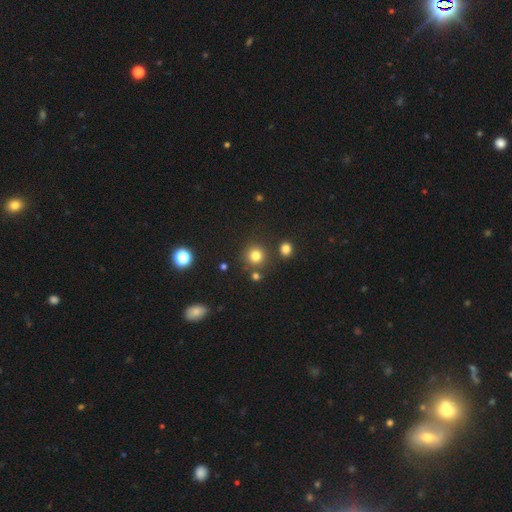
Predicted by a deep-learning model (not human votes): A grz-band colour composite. It shows a smooth galaxy with no disk features (79%) that is round (93%). Merging: none (84%).